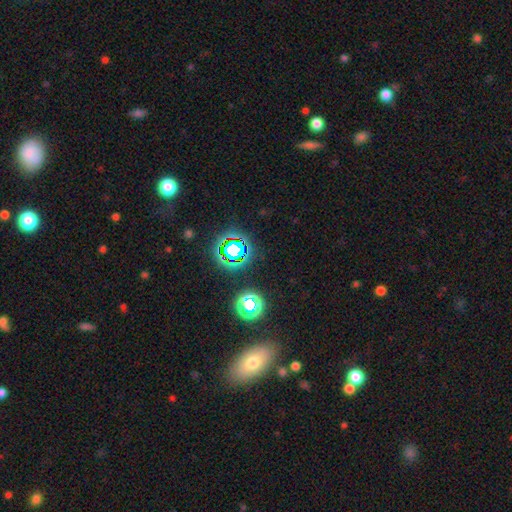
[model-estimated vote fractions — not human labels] Overall: star or artifact (61%; smooth 28%).